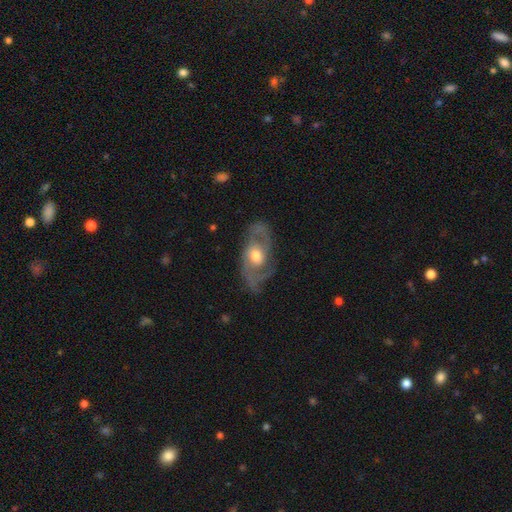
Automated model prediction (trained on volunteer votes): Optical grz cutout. It shows a featured or disk galaxy (80%) with no bar (68%), 2 (78%) medium (48%) spiral arms (88%) and a moderate central bulge (73%). Merging: none (67%).